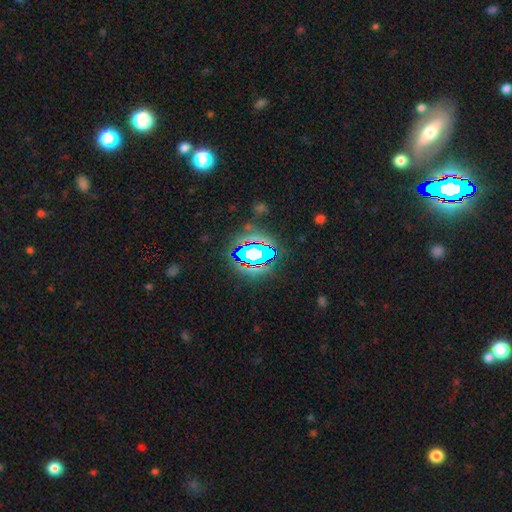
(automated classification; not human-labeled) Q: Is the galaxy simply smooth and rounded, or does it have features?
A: star or artifact — 66%.